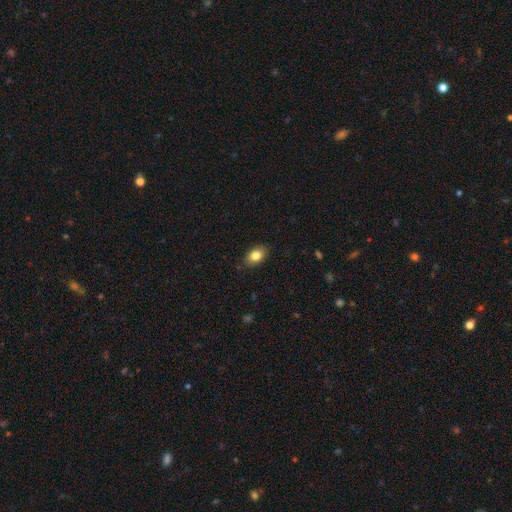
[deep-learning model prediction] The model was most divided on "how rounded": in between: 84%, round: 14%, cigar-shaped: 2%. More confident: merging — none (85%); smooth or featured — smooth (83%).